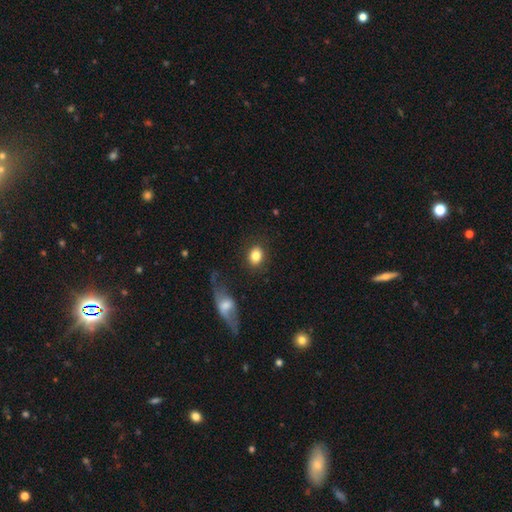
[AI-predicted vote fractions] Overall: smooth (83%). How rounded: in between (49%, tied with round). Merging: none (83%).